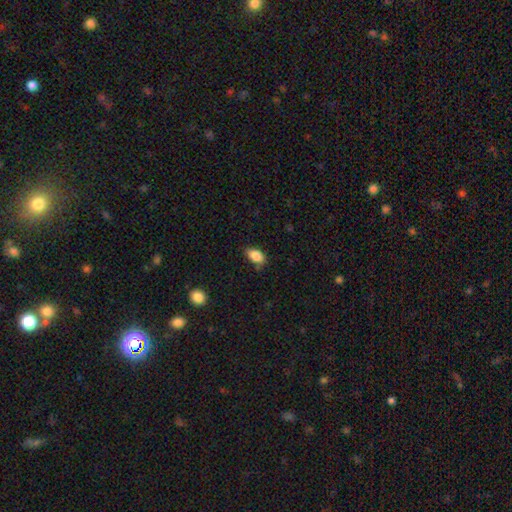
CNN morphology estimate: This appears to be a smooth galaxy with no disk features (86%) that is in between round and cigar-shaped (91%). Merging: none (76%).